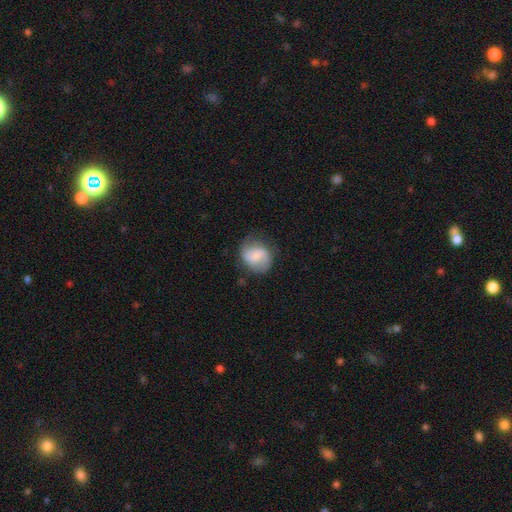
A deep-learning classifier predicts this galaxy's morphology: smooth-or-featured: featured or disk: 57% | smooth: 36% | star or artifact: 7%
  disk-edge-on: no: 98% | yes: 2%
    bar: weak: 46% | no: 34% | strong: 19%
    has-spiral-arms: yes: 91% | no: 9%
      spiral-winding: loose: 45% | medium: 41% | tight: 14%
      spiral-arm-count: 2: 87% | can't tell: 6% | 1: 4% | 3: 1% | 4: 1% | more than 4: 1%
    bulge-size: small: 37% | none: 31% | moderate: 24% | large: 7% | dominant: 2%
  merging: none: 70% | minor disturbance: 20% | major disturbance: 9% | merger: 2%